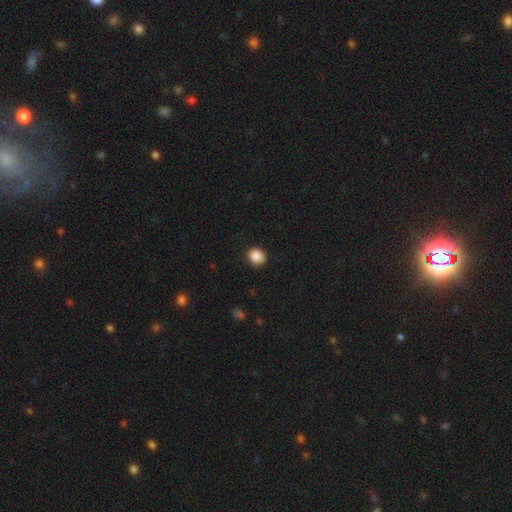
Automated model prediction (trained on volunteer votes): Smooth or featured: smooth — 87% (star or artifact — 10%)
How rounded: round — 83% (in between — 16%)
Merging: none — 83% (minor disturbance — 13%)